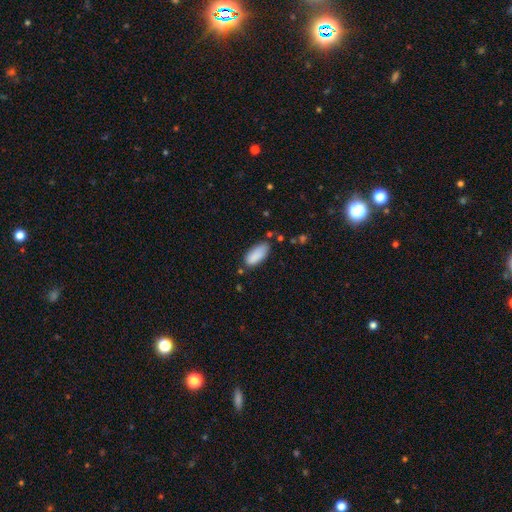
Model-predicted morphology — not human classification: Overall: smooth (88%). How rounded: in between (85%). Merging: none (68%).